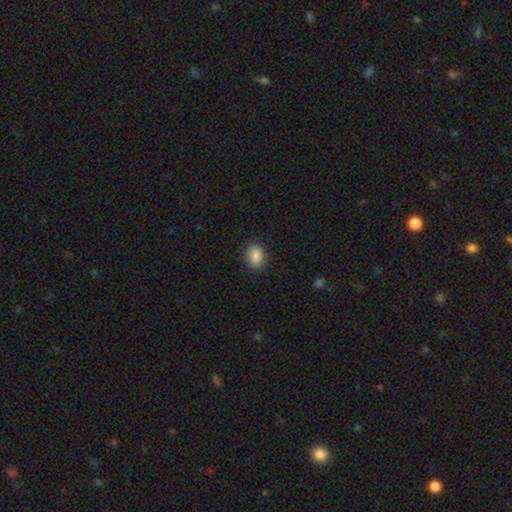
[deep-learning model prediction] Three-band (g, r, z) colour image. It shows a smooth galaxy with no disk features (87%) that is in between round and cigar-shaped (76%). Merging: none (87%).